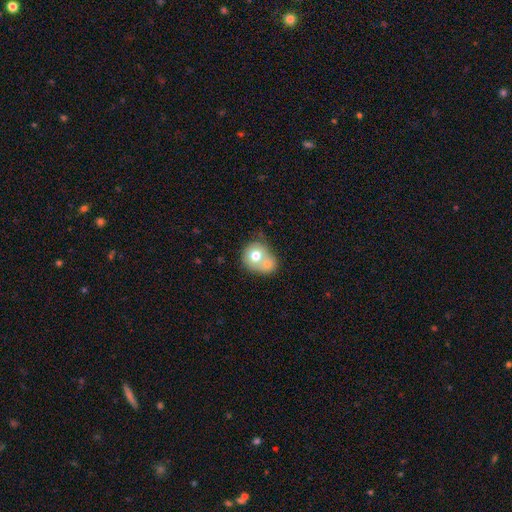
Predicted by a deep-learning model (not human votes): A smooth galaxy with no disk features (68%) that is round (72%). Merging: merger (61%).